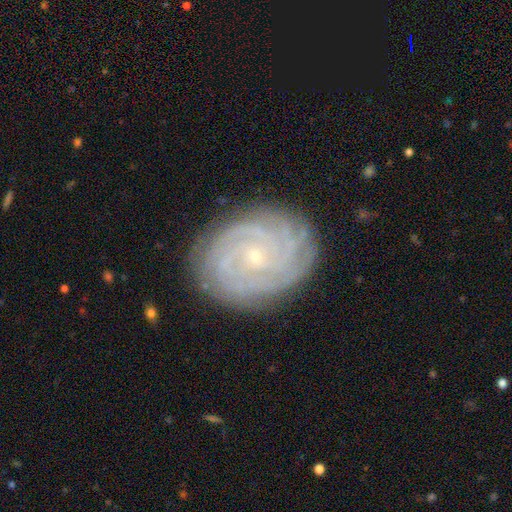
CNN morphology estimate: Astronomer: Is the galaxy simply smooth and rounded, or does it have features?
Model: featured or disk — 85%.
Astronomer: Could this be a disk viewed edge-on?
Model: no — 97%.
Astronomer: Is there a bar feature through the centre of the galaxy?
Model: no — 76%.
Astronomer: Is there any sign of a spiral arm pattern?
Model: yes — 98%.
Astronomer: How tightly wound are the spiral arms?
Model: tight — 84%.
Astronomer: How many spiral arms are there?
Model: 4 — 25% (runner-up: can't tell, 23%).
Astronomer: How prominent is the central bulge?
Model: small — 83%.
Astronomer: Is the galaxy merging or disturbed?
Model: none — 84%.